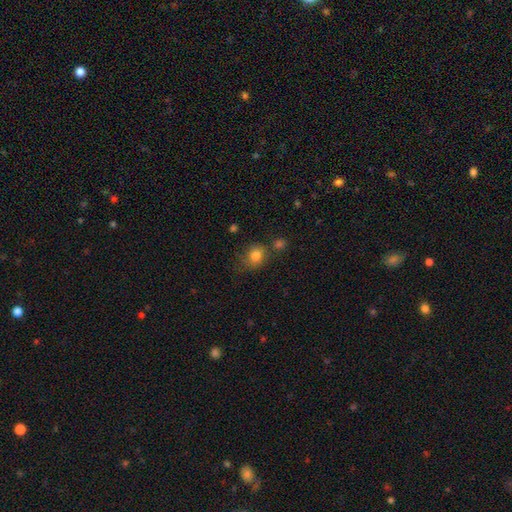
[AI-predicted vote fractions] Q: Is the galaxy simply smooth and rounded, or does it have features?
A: smooth — 80%.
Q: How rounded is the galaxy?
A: round — 61%.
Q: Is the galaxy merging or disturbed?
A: none — 59%.